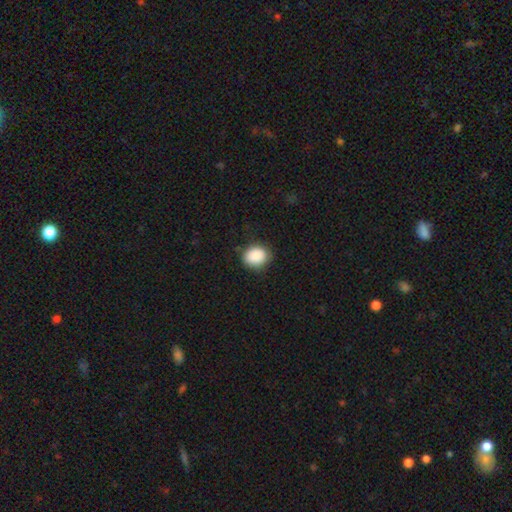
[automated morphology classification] smooth_or_featured: smooth (p=0.89) [alt: star or artifact p=0.08]
how_rounded: round (p=0.58) [alt: in between p=0.41]
merging: none (p=0.81) [alt: minor disturbance p=0.14]